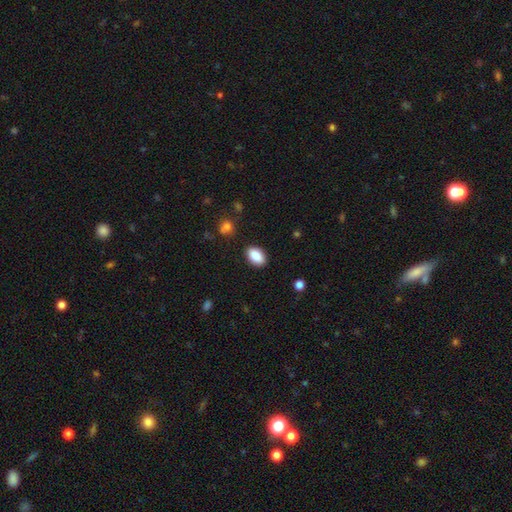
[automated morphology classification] smooth-or-featured: smooth: 88% | star or artifact: 7% | featured or disk: 5%
  how-rounded: in between: 92% | round: 6% | cigar-shaped: 2%
  merging: none: 88% | minor disturbance: 8% | major disturbance: 2% | merger: 1%